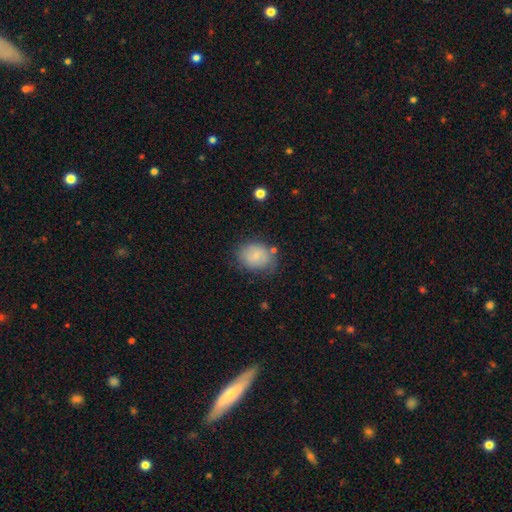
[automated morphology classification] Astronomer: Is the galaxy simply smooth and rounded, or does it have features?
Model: smooth — 75%.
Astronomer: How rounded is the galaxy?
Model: in between — 55% (runner-up: round, 44%).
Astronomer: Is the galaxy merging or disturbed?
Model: none — 64%.